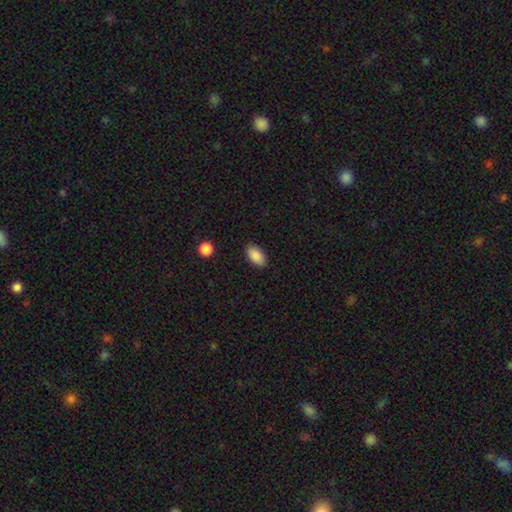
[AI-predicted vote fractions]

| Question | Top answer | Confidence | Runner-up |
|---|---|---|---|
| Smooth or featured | smooth | 89% | star or artifact (7%) |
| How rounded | in between | 93% | round (4%) |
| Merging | none | 88% | minor disturbance (9%) |